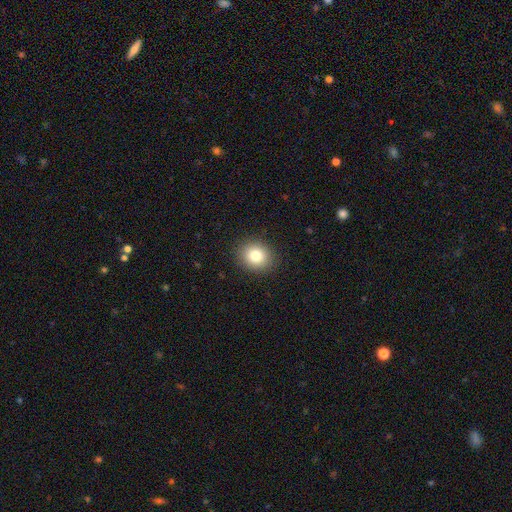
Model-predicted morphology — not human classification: smooth_or_featured: smooth (p=0.81) [alt: star or artifact p=0.11]
how_rounded: round (p=0.70) [alt: in between p=0.29]
merging: none (p=0.90) [alt: minor disturbance p=0.07]